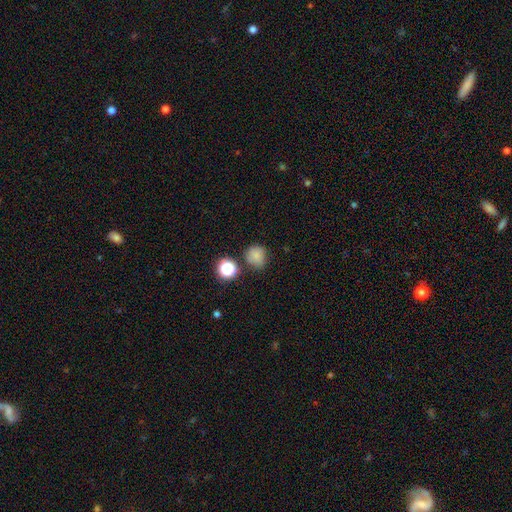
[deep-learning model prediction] Smooth or featured?
  - smooth: 77% *
  - star or artifact: 16%
  - featured or disk: 7%
How rounded?
  - round: 83% *
  - in between: 16%
  - cigar-shaped: 1%
Merging?
  - none: 68% *
  - minor disturbance: 19%
  - merger: 8%
  - major disturbance: 5%